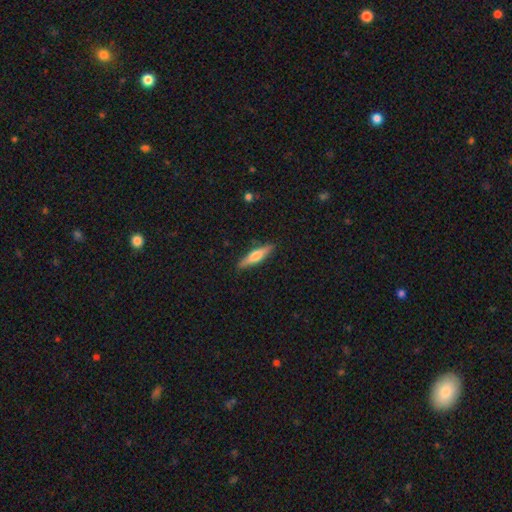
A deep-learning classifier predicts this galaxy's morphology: type=smooth (49%); merging=none (89%).